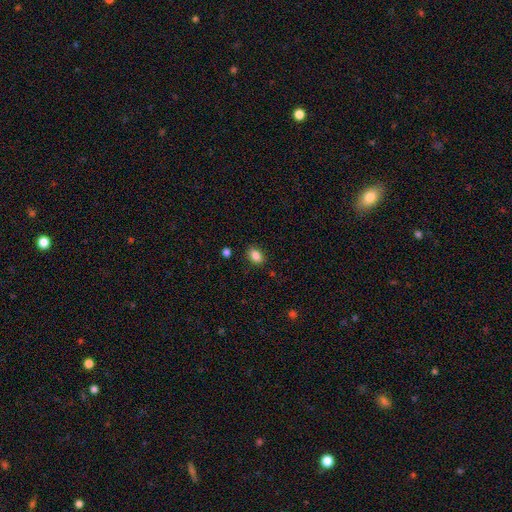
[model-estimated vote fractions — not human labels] smooth-or-featured: smooth: 85% | star or artifact: 9% | featured or disk: 5%
  how-rounded: in between: 77% | round: 22% | cigar-shaped: 1%
  merging: none: 85% | minor disturbance: 11% | major disturbance: 3% | merger: 2%